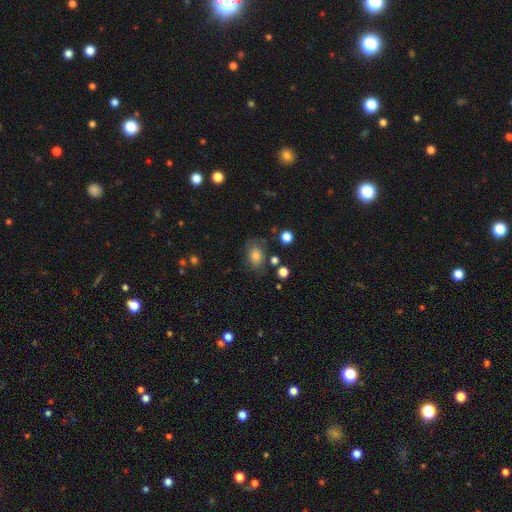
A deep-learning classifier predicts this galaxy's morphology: smooth-or-featured: smooth: 74% | featured or disk: 14% | star or artifact: 11%
  how-rounded: in between: 71% | round: 28% | cigar-shaped: 1%
  merging: none: 68% | minor disturbance: 19% | major disturbance: 9% | merger: 4%